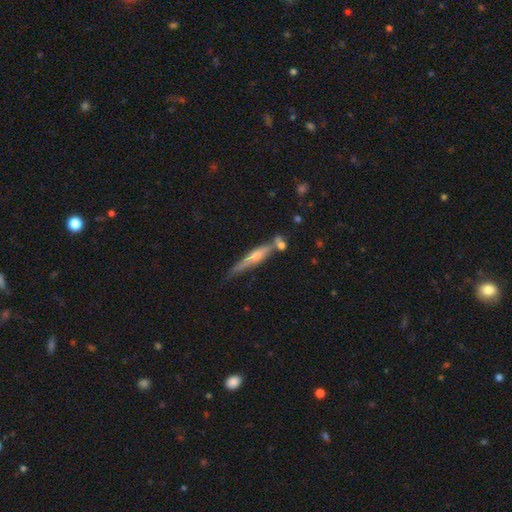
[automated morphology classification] Smooth or featured? featured or disk (58%)
Edge-on disk? yes (92%)
Edge-on bulge? rounded (63%)
Merging? none (58%)